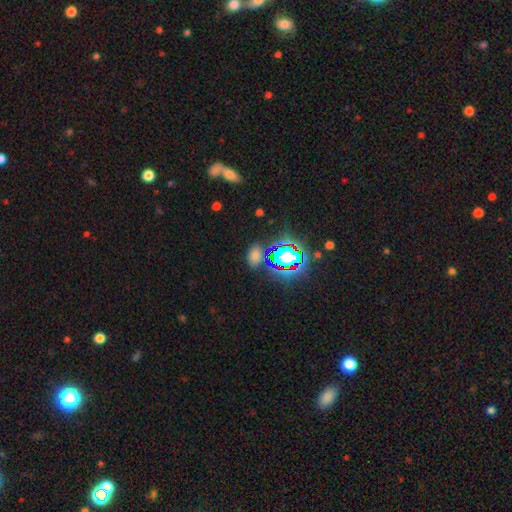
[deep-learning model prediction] smooth_or_featured: smooth (p=0.61) [alt: star or artifact p=0.32]
how_rounded: in between (p=0.78) [alt: round p=0.20]
merging: none (p=0.78) [alt: minor disturbance p=0.12]